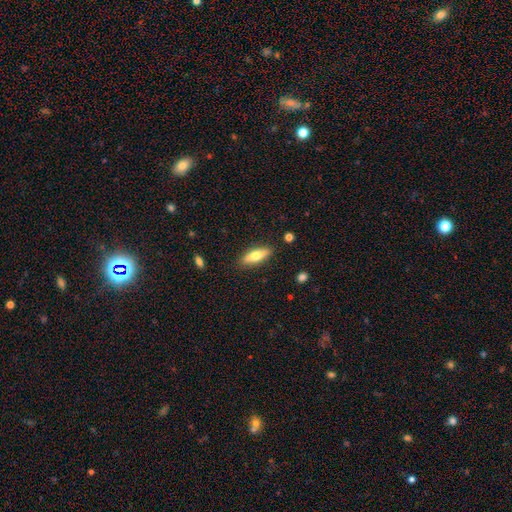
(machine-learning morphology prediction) This appears to be a smooth galaxy with no disk features (62%) that is in between round and cigar-shaped (52%). Merging: none (87%).